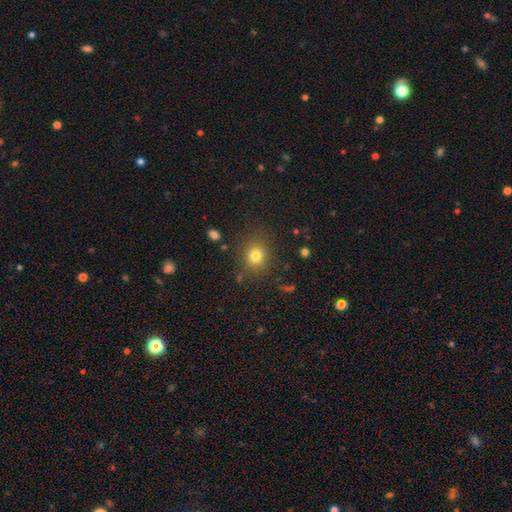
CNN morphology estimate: smooth_or_featured: smooth (p=0.78) [alt: star or artifact p=0.14]
how_rounded: round (p=0.81) [alt: in between p=0.18]
merging: none (p=0.83) [alt: minor disturbance p=0.10]